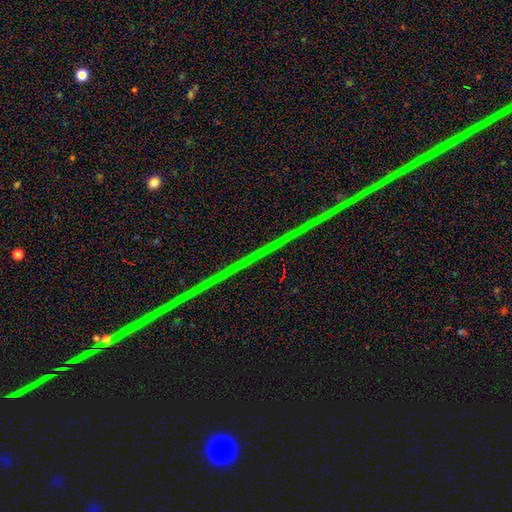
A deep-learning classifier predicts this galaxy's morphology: Smooth or featured: star or artifact — 88% (featured or disk — 7%)